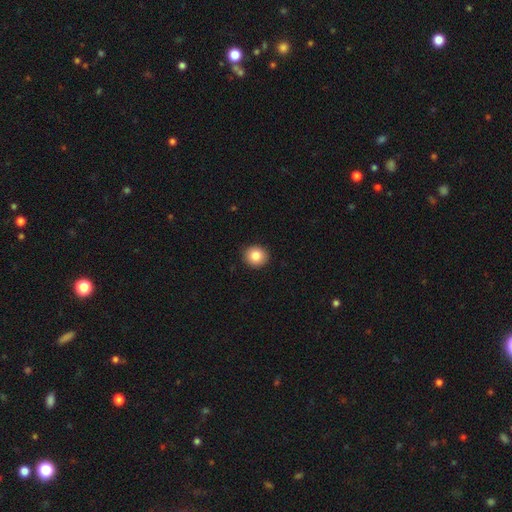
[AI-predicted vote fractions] The model was most divided on "how rounded": round: 86%, in between: 13%, cigar-shaped: 1%. More confident: merging — none (92%); smooth or featured — smooth (84%).